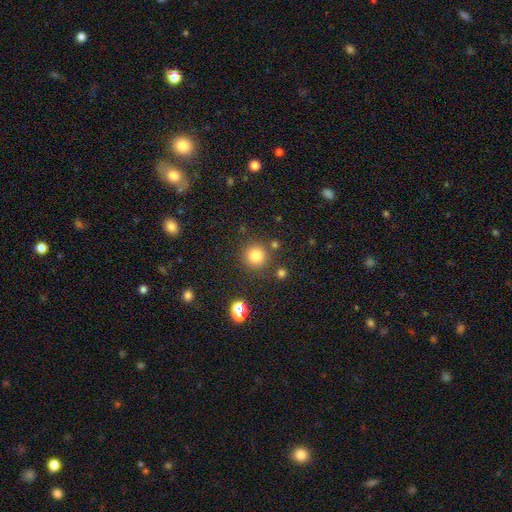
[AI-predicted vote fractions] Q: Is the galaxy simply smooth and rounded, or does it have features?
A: smooth — 82%.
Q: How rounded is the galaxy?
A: round — 94%.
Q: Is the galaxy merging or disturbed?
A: none — 84%.